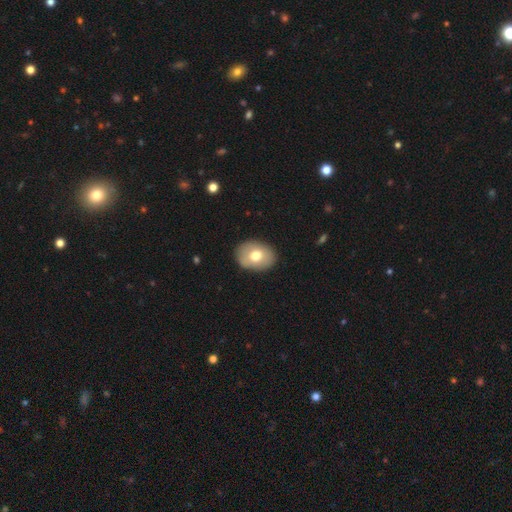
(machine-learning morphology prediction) Overall: smooth (70%). How rounded: in between (69%; round 30%). Merging: none (87%).